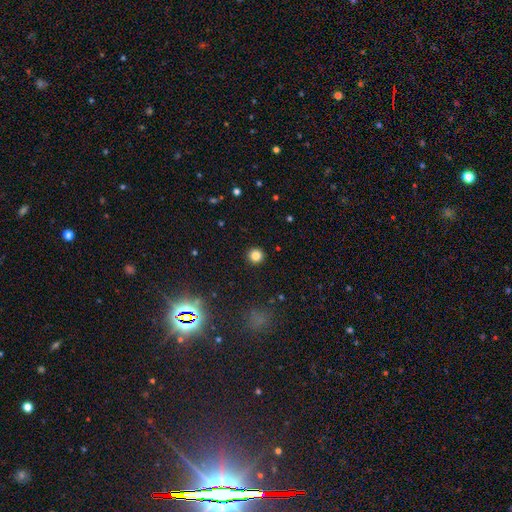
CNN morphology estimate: Smooth or featured? smooth (82%)
How rounded? round (95%)
Merging? none (93%)